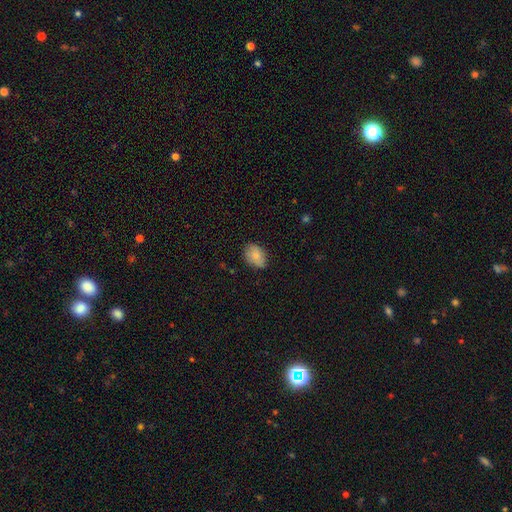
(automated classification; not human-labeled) This is likely a smooth galaxy (79%). How rounded: likely in between (78%). Merging: likely none (78%).